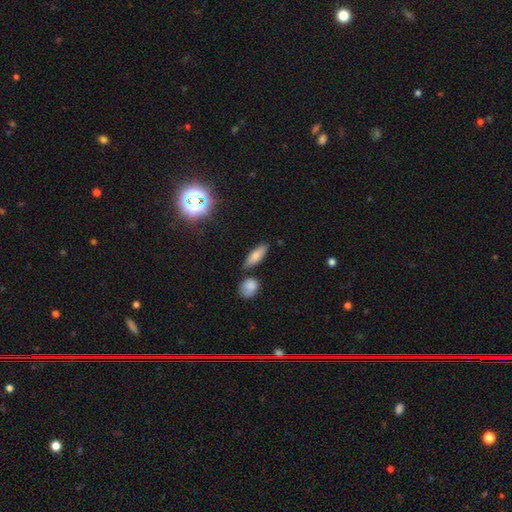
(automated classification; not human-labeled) Q: Smooth or featured?
A: smooth (77%); runner-up: featured or disk (14%)
Q: How rounded?
A: in between (62%); runner-up: cigar-shaped (34%)
Q: Merging?
A: none (77%); runner-up: minor disturbance (12%)